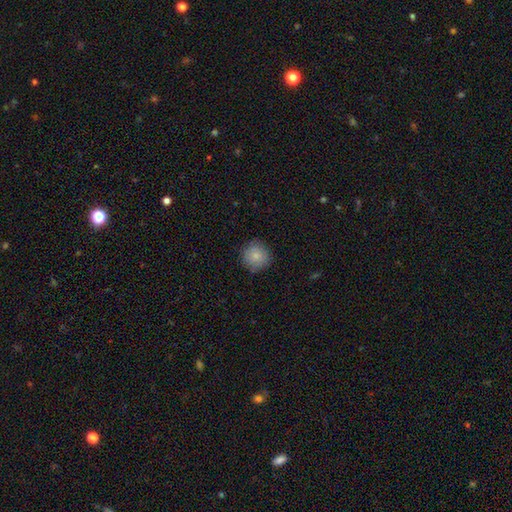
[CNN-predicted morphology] This is clearly a smooth galaxy (83%). How rounded: clearly round (94%). Merging: clearly none (85%).